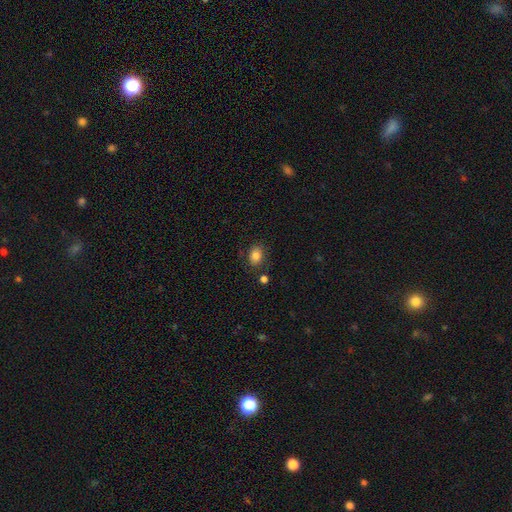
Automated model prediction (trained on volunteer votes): Smooth or featured: smooth — 83% (star or artifact — 10%)
How rounded: in between — 66% (round — 32%)
Merging: none — 80% (minor disturbance — 12%)